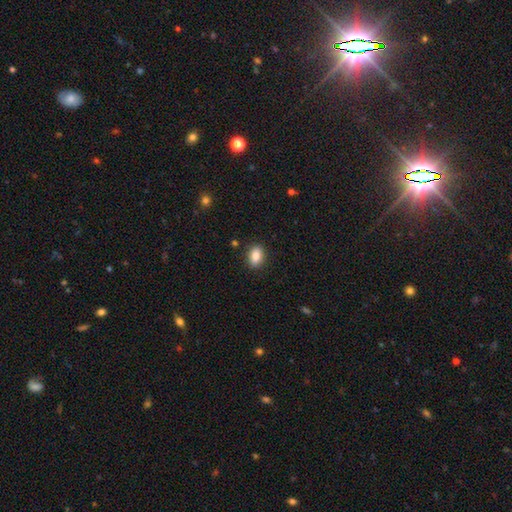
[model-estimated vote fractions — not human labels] This appears to be a smooth galaxy with no disk features (85%) that is in between round and cigar-shaped (81%). Merging: none (88%).